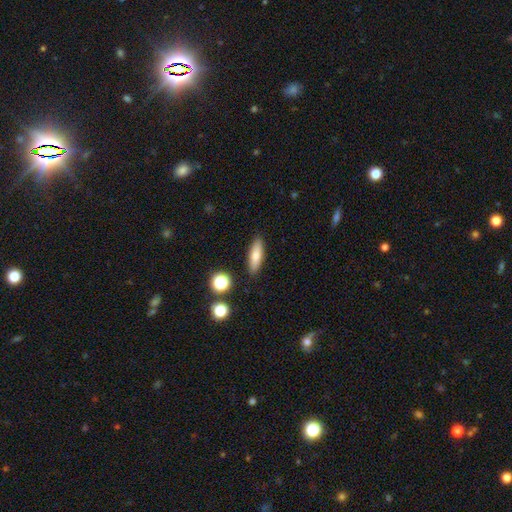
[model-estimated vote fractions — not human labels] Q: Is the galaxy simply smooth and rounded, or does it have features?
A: smooth — 76%.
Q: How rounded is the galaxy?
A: cigar-shaped — 53%.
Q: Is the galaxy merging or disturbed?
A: none — 88%.